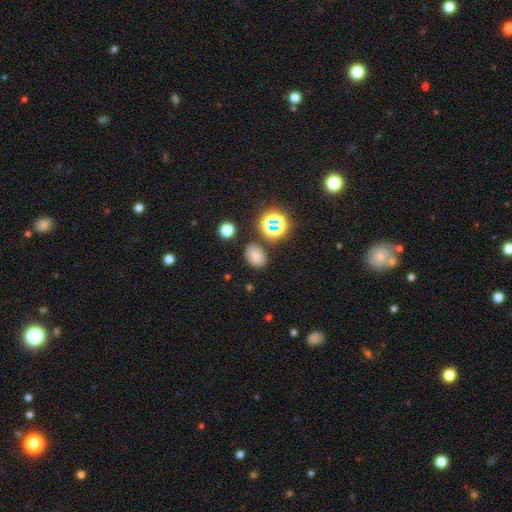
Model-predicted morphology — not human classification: Smooth or featured? smooth (70%)
How rounded? in between (70%)
Merging? none (77%)